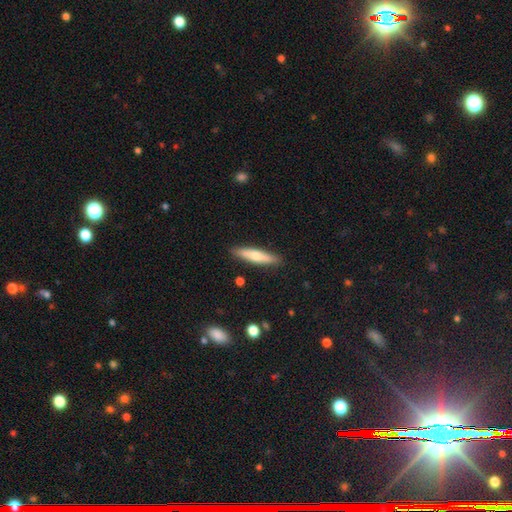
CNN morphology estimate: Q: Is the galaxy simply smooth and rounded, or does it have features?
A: smooth — 65%.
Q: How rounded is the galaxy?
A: cigar-shaped — 82%.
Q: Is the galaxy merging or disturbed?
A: none — 89%.